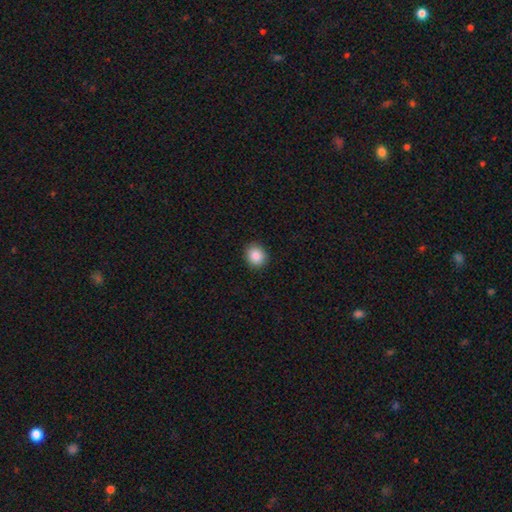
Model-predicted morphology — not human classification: This is clearly a smooth galaxy (86%). How rounded: likely round (77%). Merging: clearly none (91%).